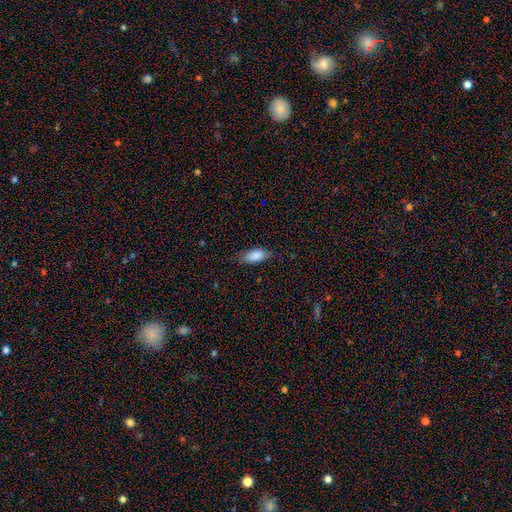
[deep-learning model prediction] Smooth or featured? Predicted: smooth (p=0.85). How rounded? Predicted: in between (p=0.84). Merging? Predicted: none (p=0.77).